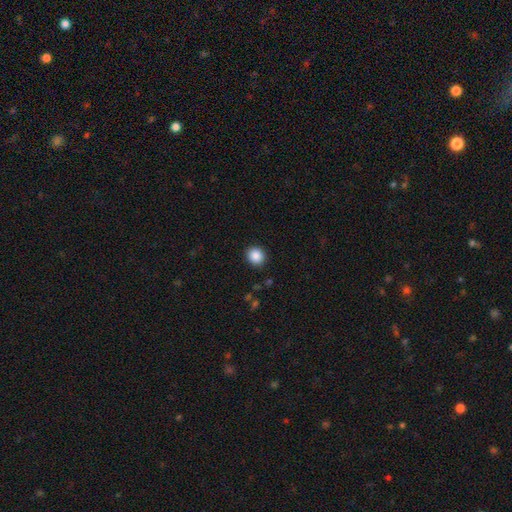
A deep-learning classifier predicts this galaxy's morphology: The model was most divided on "how rounded": round: 81%, in between: 18%, cigar-shaped: 1%. More confident: merging — none (91%); smooth or featured — smooth (88%).